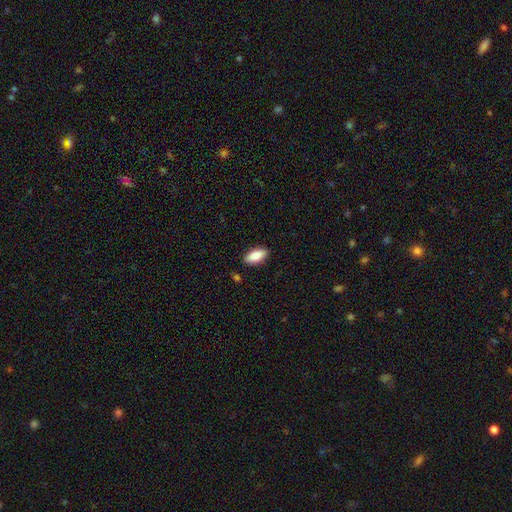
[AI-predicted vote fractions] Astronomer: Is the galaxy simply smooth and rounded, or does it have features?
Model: smooth — 85%.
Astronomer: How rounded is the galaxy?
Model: in between — 88%.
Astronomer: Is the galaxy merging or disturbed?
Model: none — 88%.